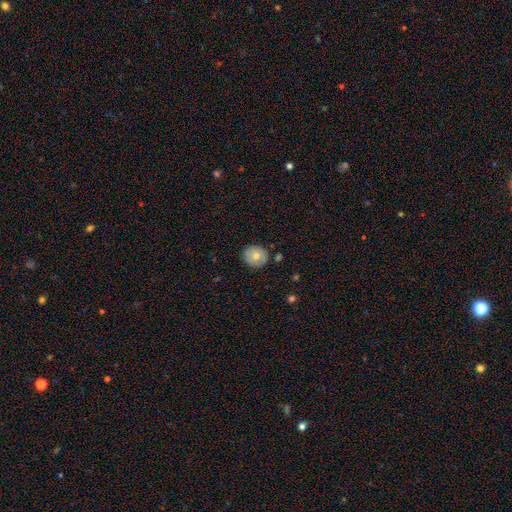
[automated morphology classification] This is likely a smooth galaxy (69%). How rounded: clearly round (84%). Merging: clearly none (84%).